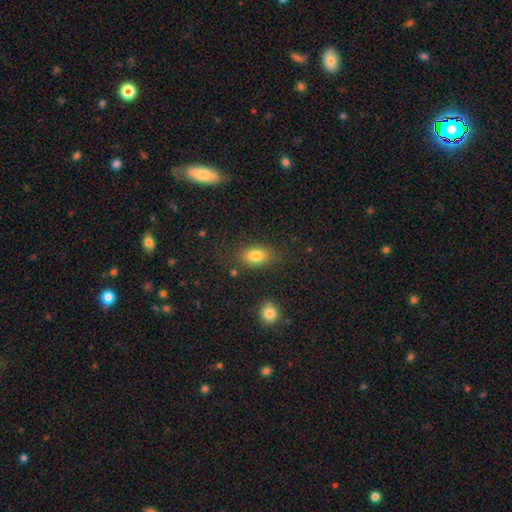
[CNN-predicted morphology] type=smooth (82%); roundness=in between (86%); merging=none (80%).